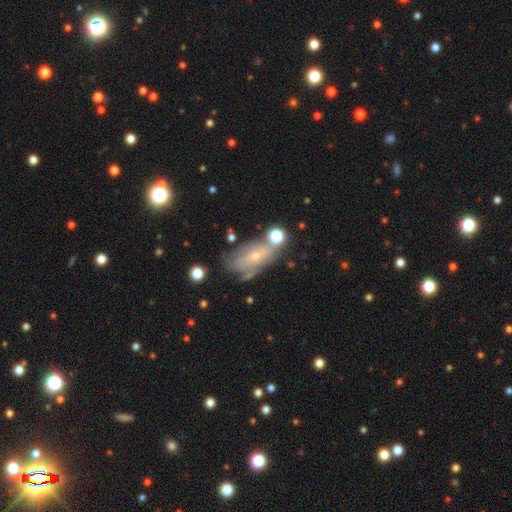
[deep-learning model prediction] Q: Smooth or featured?
A: featured or disk (57%); runner-up: smooth (31%)
Q: Edge-on disk?
A: no (88%); runner-up: yes (12%)
Q: Bar?
A: no (70%); runner-up: weak (24%)
Q: Spiral arms?
A: yes (61%); runner-up: no (39%)
Q: Bulge size?
A: small (74%); runner-up: moderate (20%)
Q: Merging?
A: none (45%); runner-up: minor disturbance (25%)